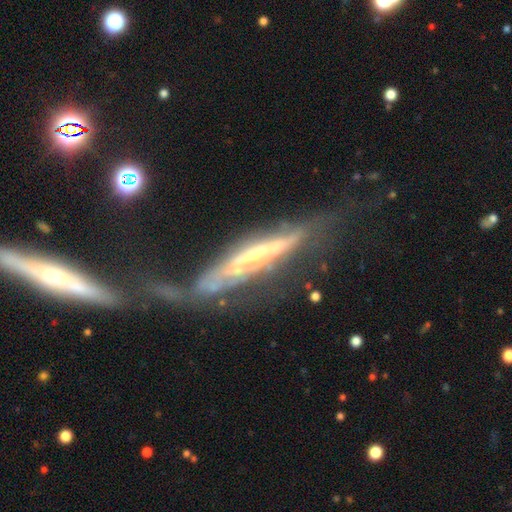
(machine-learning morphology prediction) A featured or disk galaxy (75%) viewed edge-on (75%) with no central bulge (53%). Merging: major disturbance (33%).